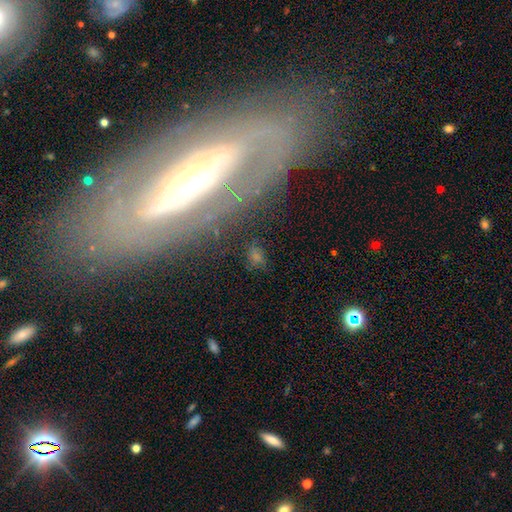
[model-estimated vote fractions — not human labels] Smooth or featured? Predicted: smooth (p=0.46). Merging? Predicted: none (p=0.68).